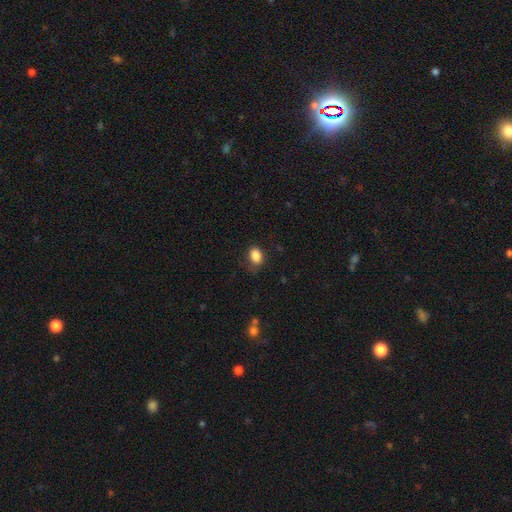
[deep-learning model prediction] A smooth galaxy with no disk features (86%) that is in between round and cigar-shaped (79%). Merging: none (74%).